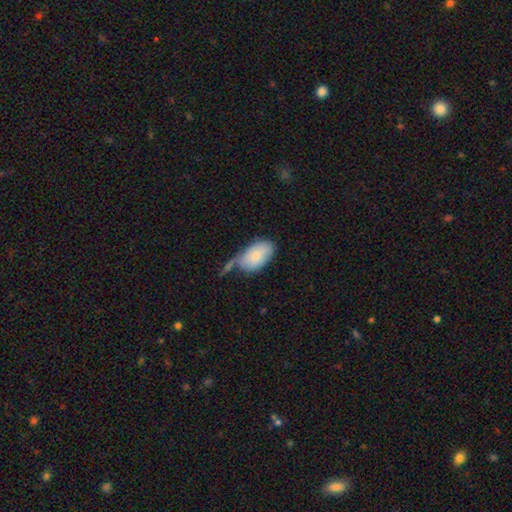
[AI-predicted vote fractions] This is likely a smooth galaxy (76%). How rounded: clearly in between (93%). Merging: marginally none (40%).